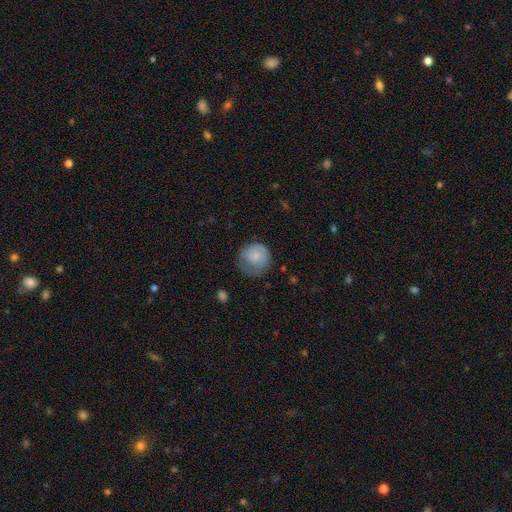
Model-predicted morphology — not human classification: Q: Smooth or featured?
A: smooth (77%); runner-up: featured or disk (17%)
Q: How rounded?
A: round (88%); runner-up: in between (11%)
Q: Merging?
A: none (53%); runner-up: minor disturbance (30%)